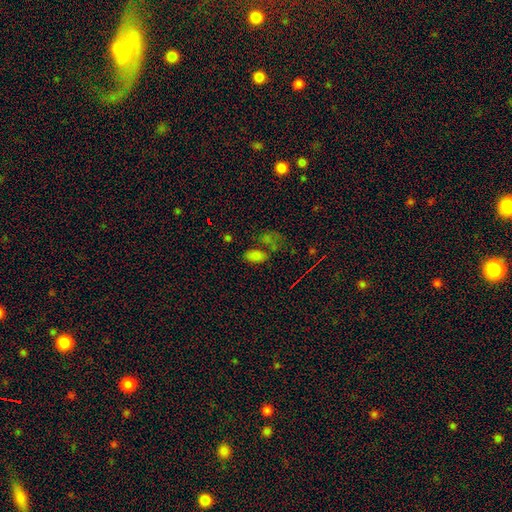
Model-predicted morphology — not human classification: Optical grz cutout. It shows a smooth galaxy with no disk features (71%) that is in between round and cigar-shaped (91%). Merging: none (51%).